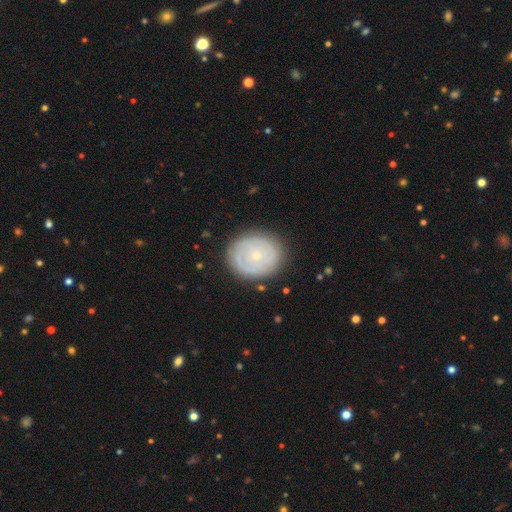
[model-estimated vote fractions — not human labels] This appears to be a featured or disk galaxy (51%). Merging: none (83%).